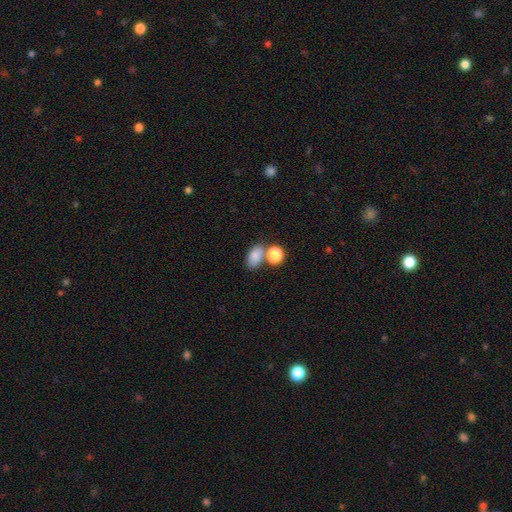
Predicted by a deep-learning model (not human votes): smooth_or_featured: smooth (p=0.83) [alt: star or artifact p=0.10]
how_rounded: in between (p=0.83) [alt: round p=0.15]
merging: none (p=0.52) [alt: merger p=0.30]